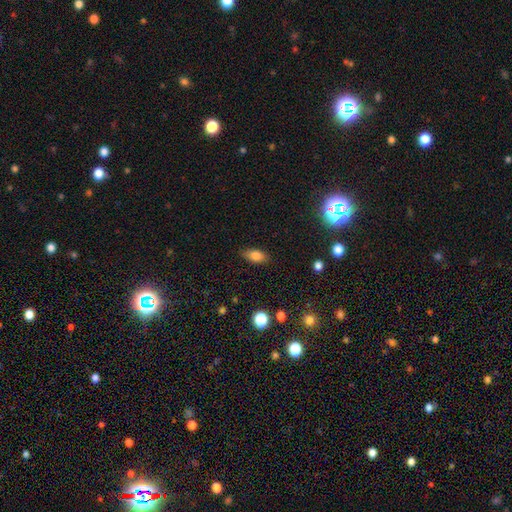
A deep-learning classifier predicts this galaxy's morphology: smooth_or_featured: smooth (p=0.80) [alt: star or artifact p=0.10]
how_rounded: in between (p=0.86) [alt: round p=0.07]
merging: none (p=0.85) [alt: minor disturbance p=0.11]